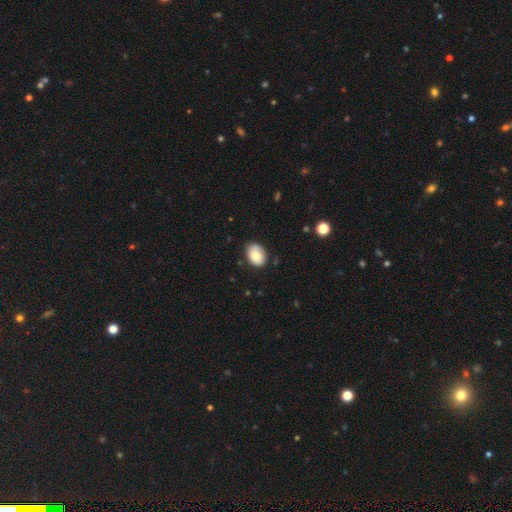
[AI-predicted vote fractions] This is clearly a smooth galaxy (80%). How rounded: likely in between (72%). Merging: likely none (75%).